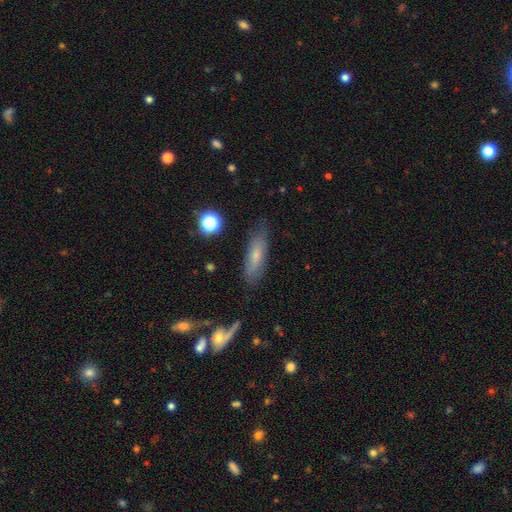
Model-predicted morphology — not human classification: smooth-or-featured: smooth: 62% | featured or disk: 29% | star or artifact: 9%
  how-rounded: cigar-shaped: 55% | in between: 42% | round: 3%
  merging: none: 75% | minor disturbance: 17% | major disturbance: 5% | merger: 3%